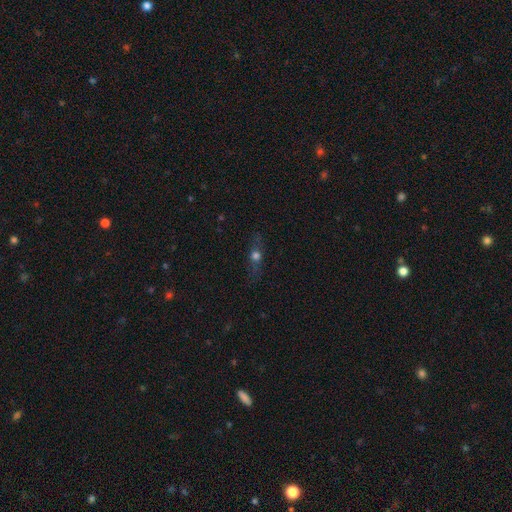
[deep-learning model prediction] smooth_or_featured: featured or disk (p=0.46) [alt: smooth p=0.39]
merging: none (p=0.83) [alt: minor disturbance p=0.11]